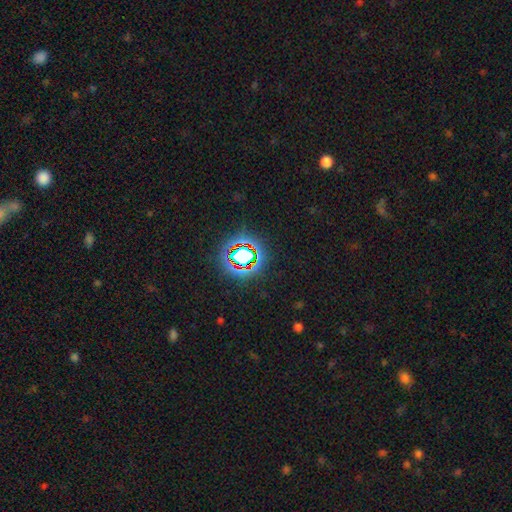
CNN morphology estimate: type=star or artifact (78%).